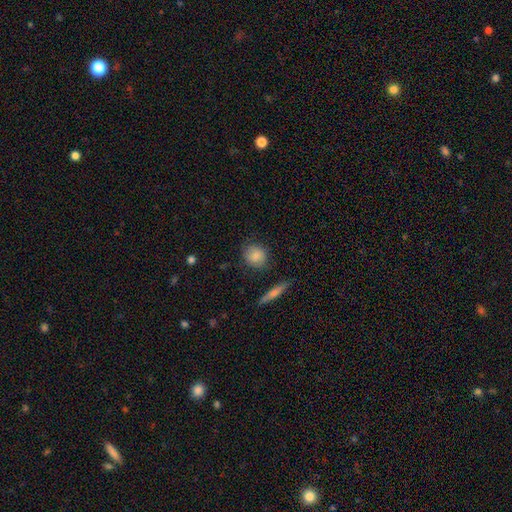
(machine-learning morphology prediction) Smooth or featured?
  - smooth: 85% *
  - star or artifact: 8%
  - featured or disk: 7%
How rounded?
  - round: 77% *
  - in between: 21%
  - cigar-shaped: 2%
Merging?
  - none: 83% *
  - minor disturbance: 12%
  - major disturbance: 3%
  - merger: 2%